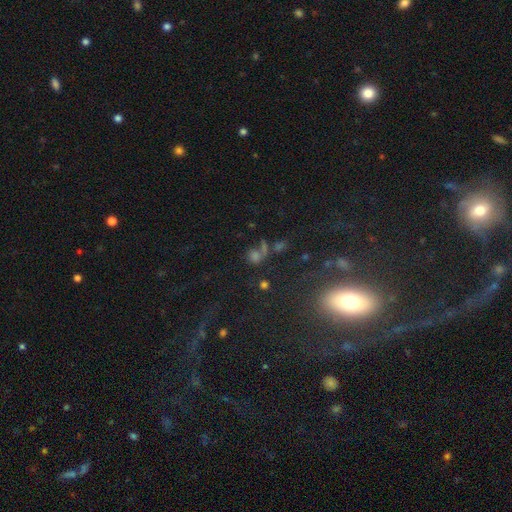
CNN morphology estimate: Overall: smooth (47%; star or artifact 38%). Merging: none (51%; merger 24%).